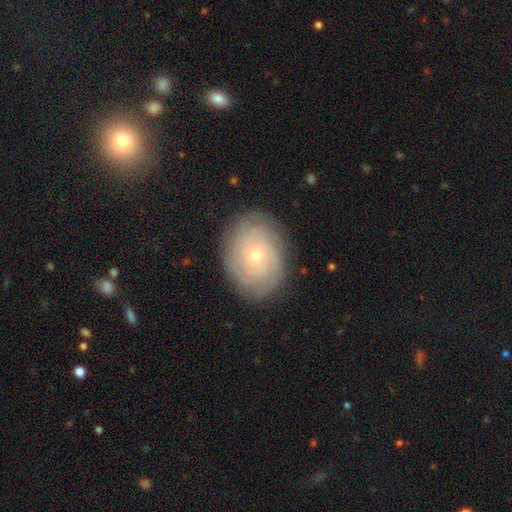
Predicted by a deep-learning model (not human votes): Q: Smooth or featured?
A: featured or disk (73%); runner-up: smooth (20%)
Q: Edge-on disk?
A: no (96%); runner-up: yes (4%)
Q: Bar?
A: no (84%); runner-up: weak (14%)
Q: Spiral arms?
A: yes (89%); runner-up: no (11%)
Q: Spiral winding?
A: tight (80%); runner-up: medium (16%)
Q: Spiral arm count?
A: can't tell (47%); runner-up: 3 (14%)
Q: Bulge size?
A: small (72%); runner-up: moderate (25%)
Q: Merging?
A: none (84%); runner-up: minor disturbance (12%)